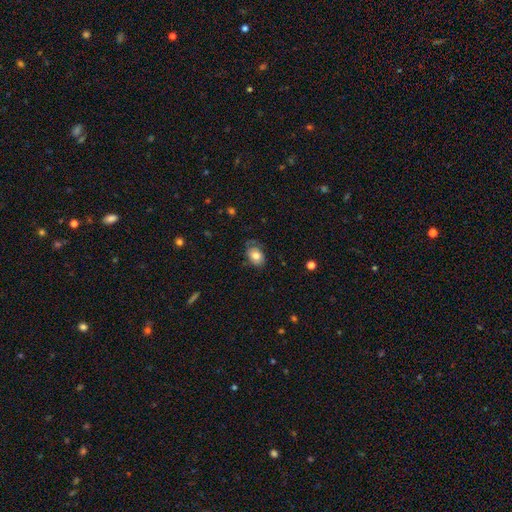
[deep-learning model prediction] Smooth or featured? Predicted: smooth (p=0.71). How rounded? Predicted: in between (p=0.78). Merging? Predicted: none (p=0.63).